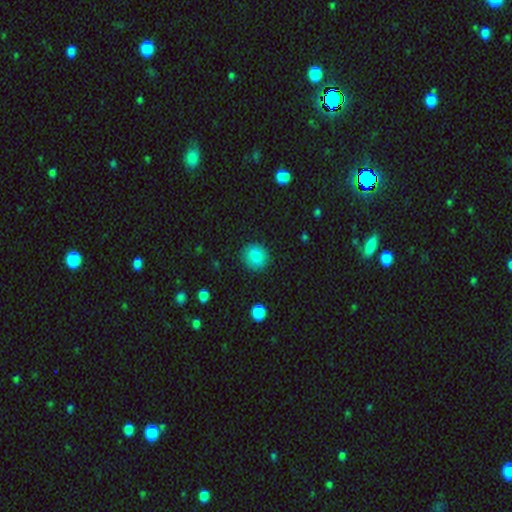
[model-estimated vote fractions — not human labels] Smooth or featured? Predicted: smooth (p=0.83). How rounded? Predicted: round (p=0.84). Merging? Predicted: none (p=0.87).